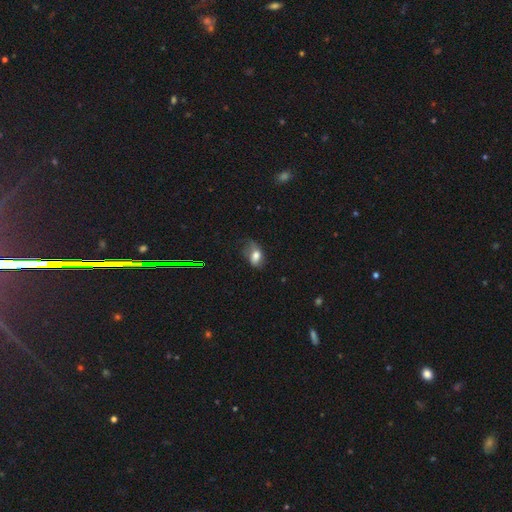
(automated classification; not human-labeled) Smooth or featured?
  - smooth: 69% *
  - featured or disk: 20%
  - star or artifact: 11%
How rounded?
  - in between: 84% *
  - round: 13%
  - cigar-shaped: 2%
Merging?
  - none: 39% *
  - minor disturbance: 35%
  - major disturbance: 24%
  - merger: 2%